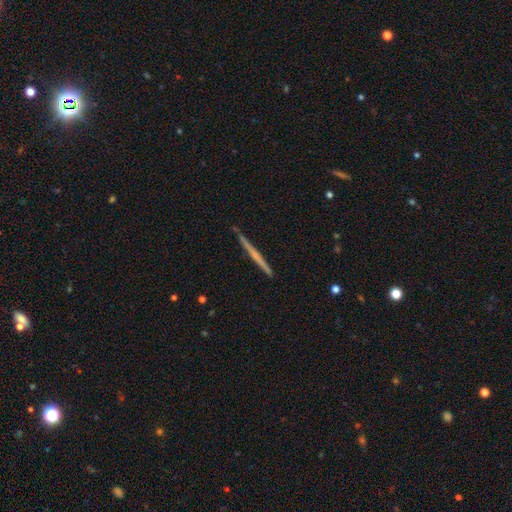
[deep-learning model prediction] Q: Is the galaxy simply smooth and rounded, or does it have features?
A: featured or disk — 55%.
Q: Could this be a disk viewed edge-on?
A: yes — 98%.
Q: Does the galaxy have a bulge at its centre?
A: none — 87%.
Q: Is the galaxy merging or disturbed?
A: none — 90%.